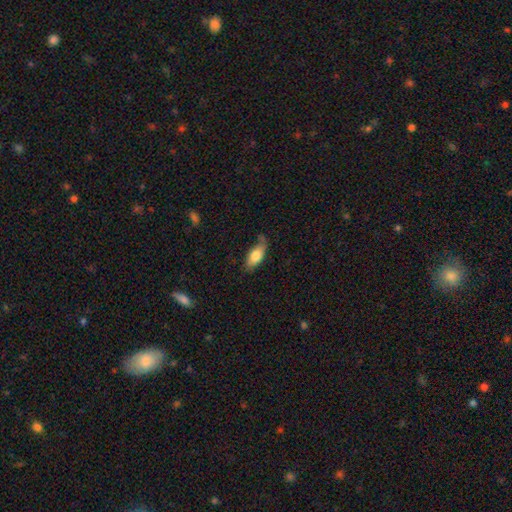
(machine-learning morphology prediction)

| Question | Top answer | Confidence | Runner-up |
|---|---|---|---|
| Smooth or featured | smooth | 74% | featured or disk (20%) |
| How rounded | in between | 82% | cigar-shaped (15%) |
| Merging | none | 56% | minor disturbance (31%) |